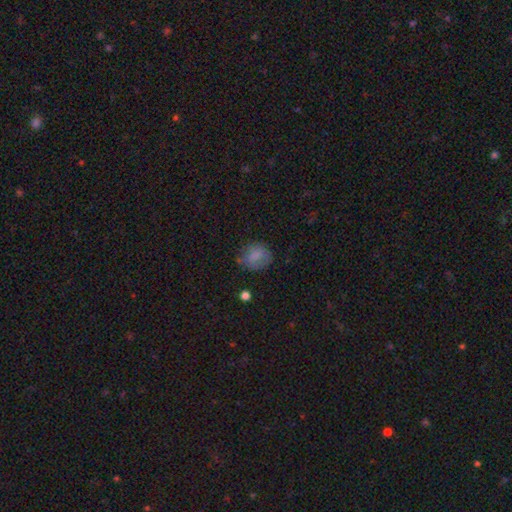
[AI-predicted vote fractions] Q: Smooth or featured?
A: smooth (76%); runner-up: featured or disk (14%)
Q: How rounded?
A: round (69%); runner-up: in between (30%)
Q: Merging?
A: none (63%); runner-up: minor disturbance (25%)